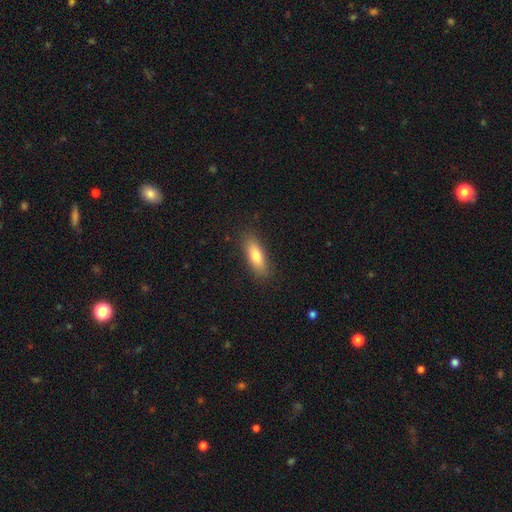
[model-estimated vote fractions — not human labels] Morphology: type=smooth (77%); roundness=in between (60%); merging=none (87%).